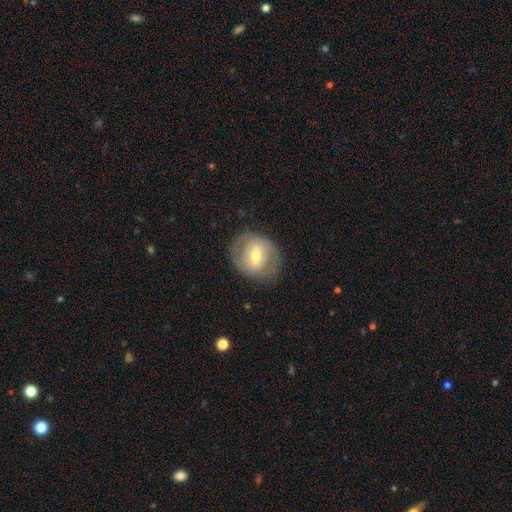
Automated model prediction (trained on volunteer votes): Smooth or featured?
  - featured or disk: 49% *
  - smooth: 43%
  - star or artifact: 7%
Merging?
  - none: 77% *
  - minor disturbance: 14%
  - major disturbance: 8%
  - merger: 1%